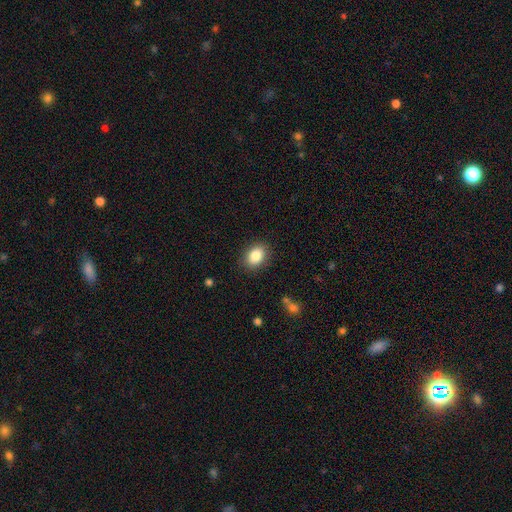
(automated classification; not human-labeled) Smooth or featured: smooth — 86% (star or artifact — 8%)
How rounded: in between — 74% (round — 25%)
Merging: none — 87% (minor disturbance — 9%)